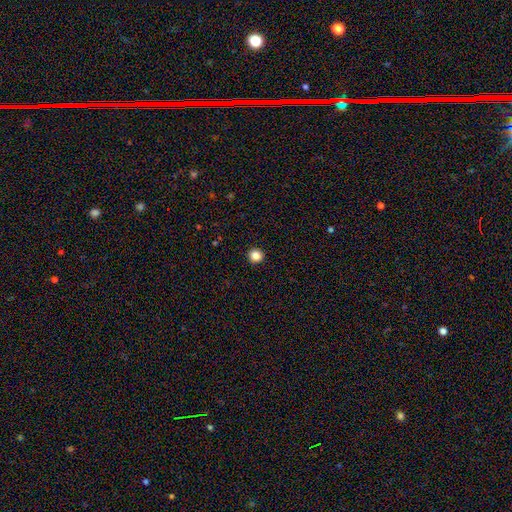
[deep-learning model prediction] This is clearly a smooth galaxy (86%). How rounded: clearly round (92%). Merging: clearly none (93%).